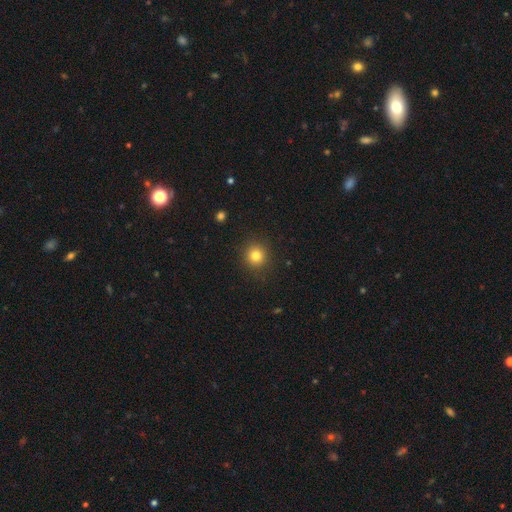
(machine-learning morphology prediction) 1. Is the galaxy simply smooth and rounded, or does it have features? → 81% smooth, 13% star or artifact, 7% featured or disk.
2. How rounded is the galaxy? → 92% round, 7% in between, 1% cigar-shaped.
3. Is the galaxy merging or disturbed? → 89% none, 7% minor disturbance, 3% major disturbance, 1% merger.